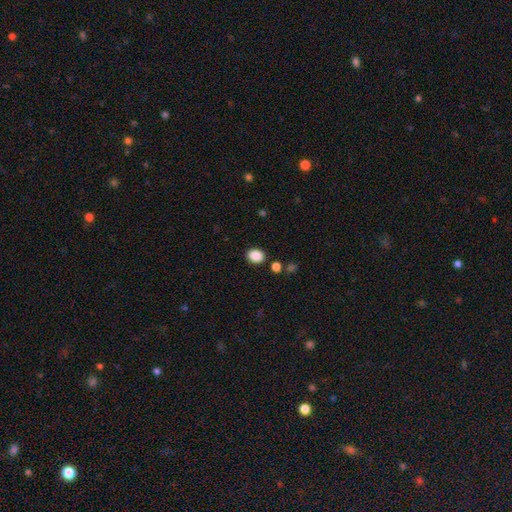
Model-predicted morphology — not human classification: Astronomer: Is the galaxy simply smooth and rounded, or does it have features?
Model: smooth — 88%.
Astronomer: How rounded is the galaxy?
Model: in between — 58% (runner-up: round, 41%).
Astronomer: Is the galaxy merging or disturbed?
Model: none — 87%.